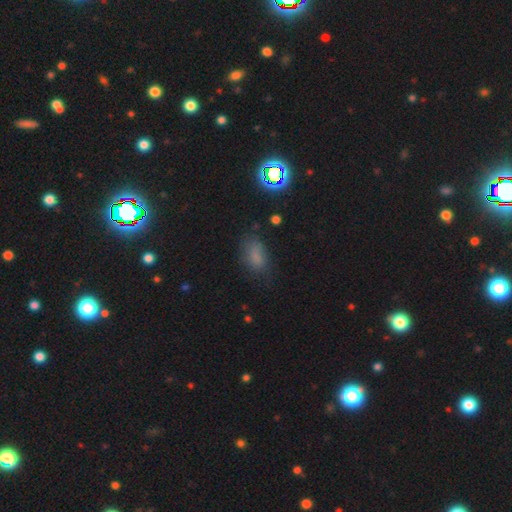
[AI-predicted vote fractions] smooth-or-featured: smooth: 71% | star or artifact: 19% | featured or disk: 10%
  how-rounded: in between: 84% | round: 12% | cigar-shaped: 5%
  merging: none: 65% | minor disturbance: 23% | major disturbance: 9% | merger: 3%